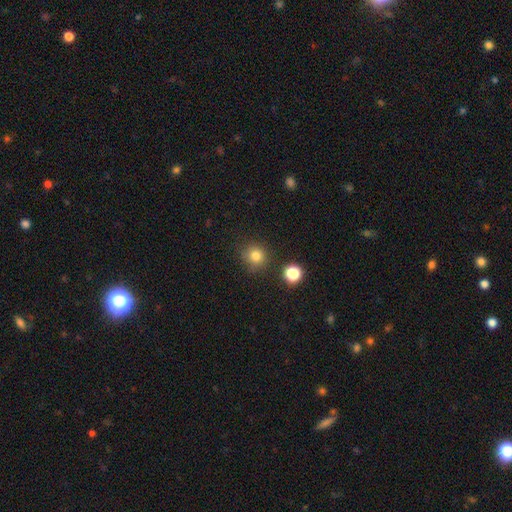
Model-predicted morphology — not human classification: A smooth galaxy with no disk features (81%) that is round (92%). Merging: none (84%).